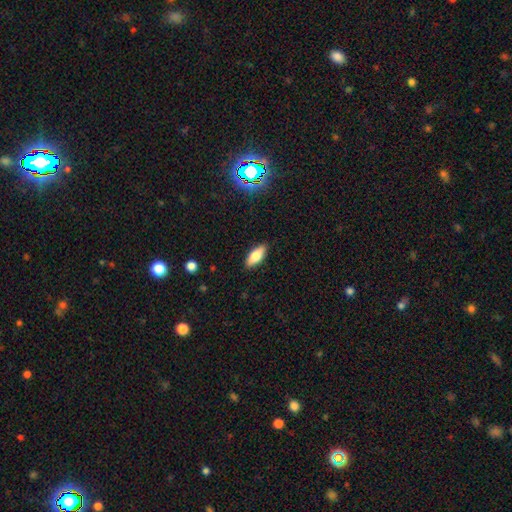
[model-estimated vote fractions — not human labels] smooth-or-featured: smooth: 76% | featured or disk: 17% | star or artifact: 7%
  how-rounded: in between: 76% | cigar-shaped: 22% | round: 2%
  merging: none: 88% | minor disturbance: 9% | major disturbance: 2% | merger: 1%